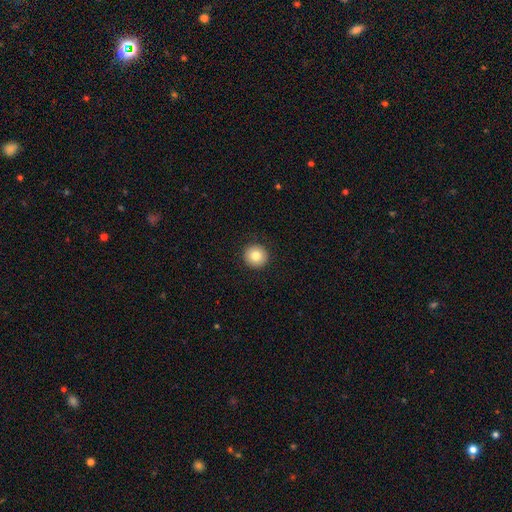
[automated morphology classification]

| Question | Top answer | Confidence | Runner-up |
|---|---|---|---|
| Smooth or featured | smooth | 81% | featured or disk (10%) |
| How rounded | round | 94% | in between (5%) |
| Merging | none | 92% | minor disturbance (5%) |